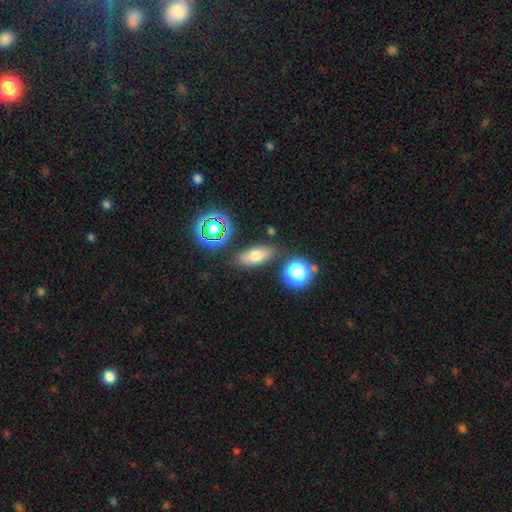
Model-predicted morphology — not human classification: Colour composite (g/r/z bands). It shows a smooth galaxy with no disk features (68%) that is in between round and cigar-shaped (74%). Merging: none (82%).